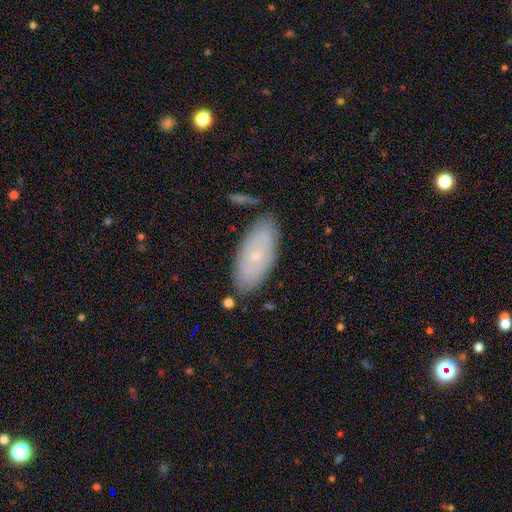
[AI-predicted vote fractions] A smooth galaxy with no disk features (51%) that is in between round and cigar-shaped (88%).

Vote fractions:
- Smooth or featured? smooth: 51% / featured or disk: 42% / star or artifact: 8%
- How rounded? in between: 88% / cigar-shaped: 9% / round: 3%
- Merging? none: 78% / minor disturbance: 16% / merger: 3% / major disturbance: 3%